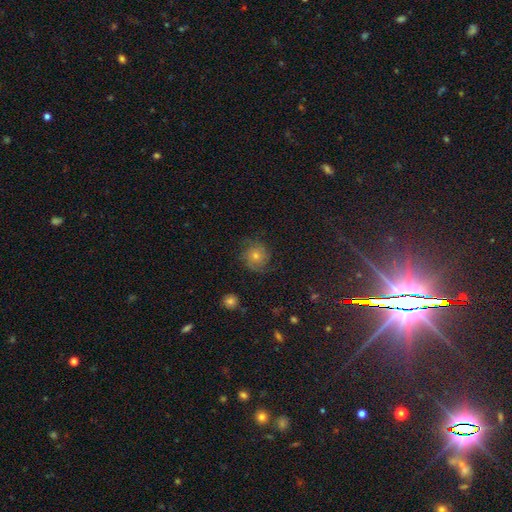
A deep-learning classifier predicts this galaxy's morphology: This appears to be a featured or disk galaxy (51%). Merging: none (78%).